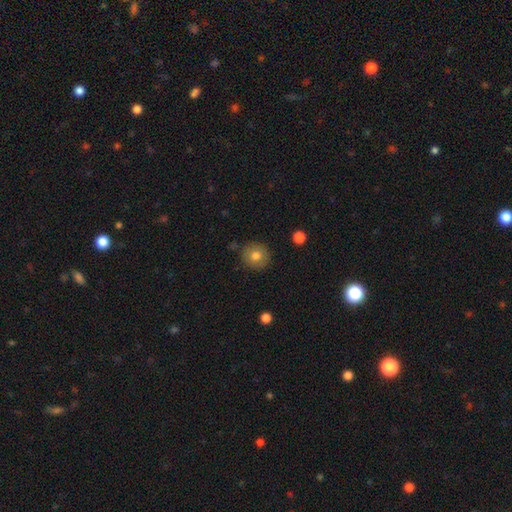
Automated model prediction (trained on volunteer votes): Morphology: type=smooth (79%); roundness=round (90%); merging=none (86%).